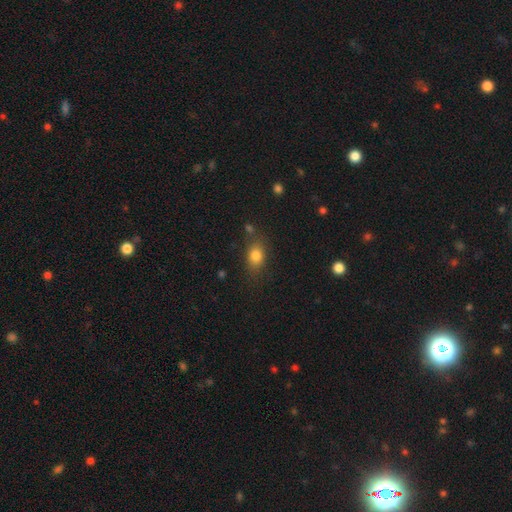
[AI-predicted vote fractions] A smooth galaxy with no disk features (81%) that is in between round and cigar-shaped (70%).

Vote fractions:
- Smooth or featured? smooth: 81% / star or artifact: 10% / featured or disk: 9%
- How rounded? in between: 70% / round: 27% / cigar-shaped: 3%
- Merging? none: 74% / minor disturbance: 16% / major disturbance: 5% / merger: 5%